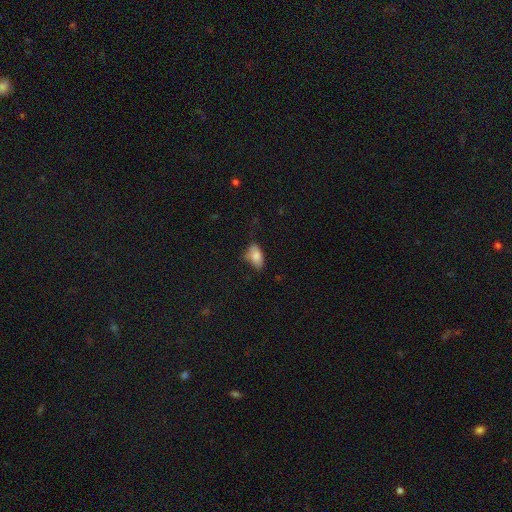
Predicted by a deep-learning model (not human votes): A smooth galaxy with no disk features (83%) that is in between round and cigar-shaped (91%).

Vote fractions:
- Smooth or featured? smooth: 83% / featured or disk: 9% / star or artifact: 8%
- How rounded? in between: 91% / round: 5% / cigar-shaped: 3%
- Merging? none: 58% / minor disturbance: 32% / major disturbance: 8% / merger: 2%